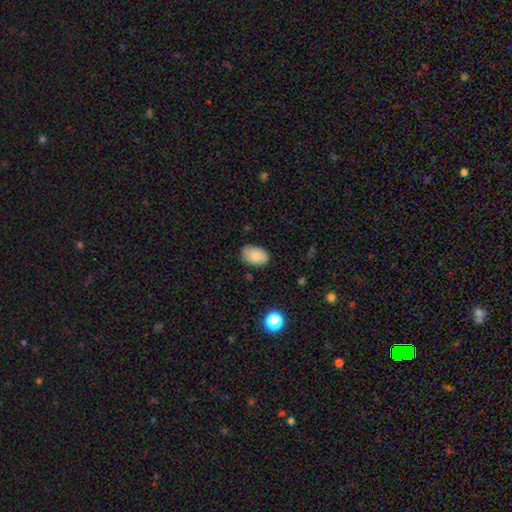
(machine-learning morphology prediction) smooth-or-featured: smooth: 84% | featured or disk: 8% | star or artifact: 8%
  how-rounded: in between: 89% | round: 10% | cigar-shaped: 1%
  merging: none: 82% | minor disturbance: 14% | major disturbance: 3% | merger: 1%